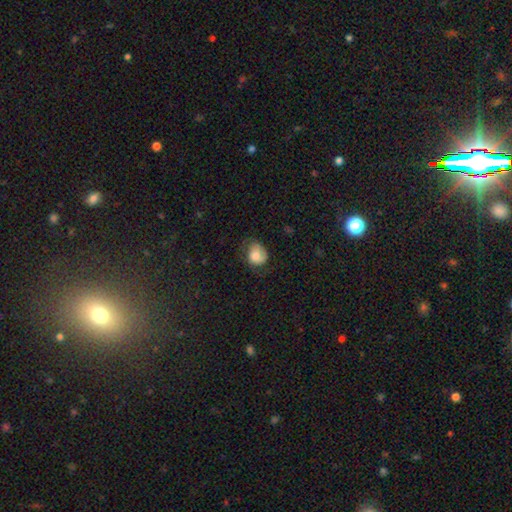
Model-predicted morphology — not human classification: type=smooth (66%); roundness=round (53%); merging=none (47%).